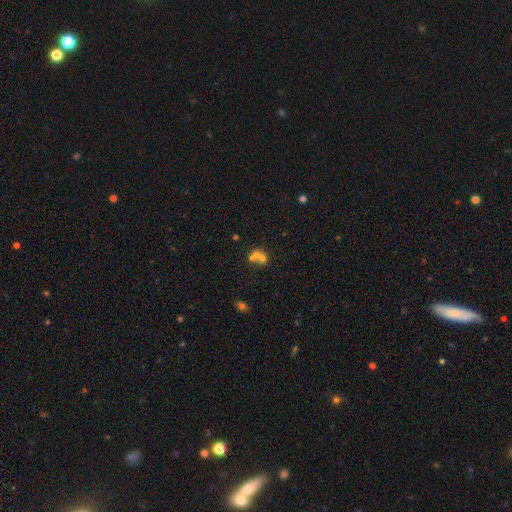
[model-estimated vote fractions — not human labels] smooth_or_featured: smooth (p=0.56) [alt: featured or disk p=0.27]
how_rounded: round (p=0.72) [alt: in between p=0.27]
merging: merger (p=0.61) [alt: none p=0.29]